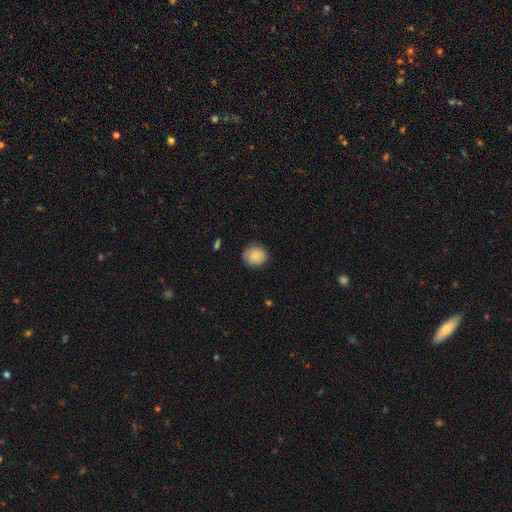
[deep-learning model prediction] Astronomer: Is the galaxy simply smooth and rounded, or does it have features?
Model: smooth — 84%.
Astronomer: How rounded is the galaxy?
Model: round — 84%.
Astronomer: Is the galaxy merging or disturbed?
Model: none — 84%.